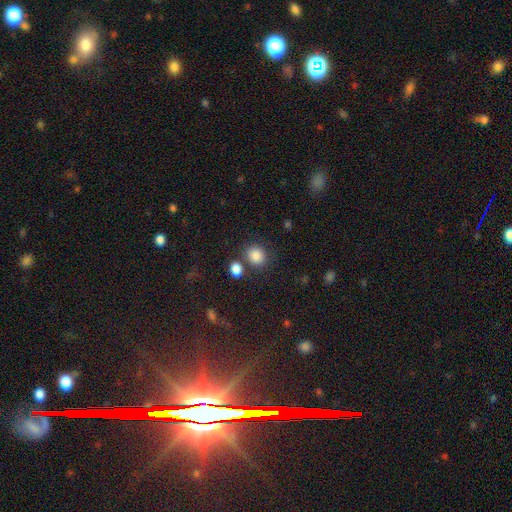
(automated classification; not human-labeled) Smooth or featured? smooth (86%)
How rounded? round (76%)
Merging? none (72%)